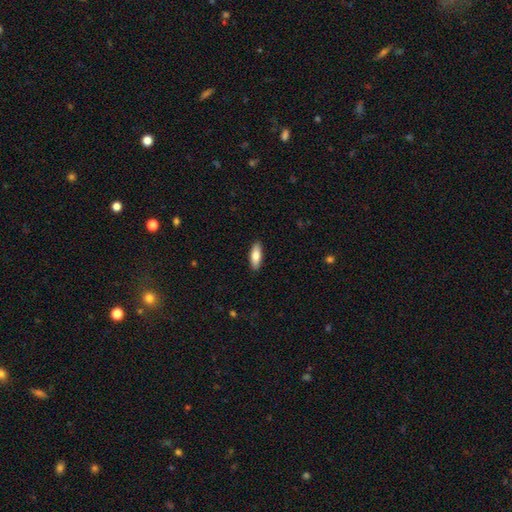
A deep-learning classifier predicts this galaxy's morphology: Smooth or featured? Predicted: smooth (p=0.80). How rounded? Predicted: in between (p=0.66). Merging? Predicted: none (p=0.90).